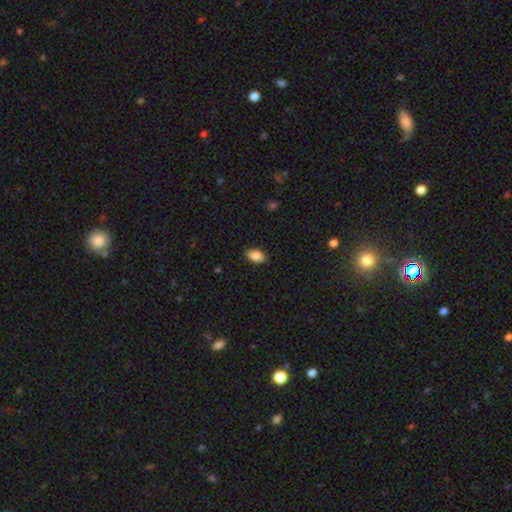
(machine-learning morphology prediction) Overall: smooth (87%). How rounded: in between (92%). Merging: none (87%).